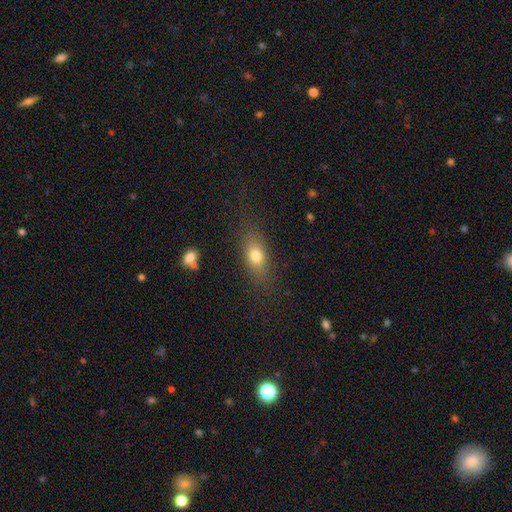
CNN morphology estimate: Overall: smooth (75%). How rounded: in between (74%). Merging: none (78%).